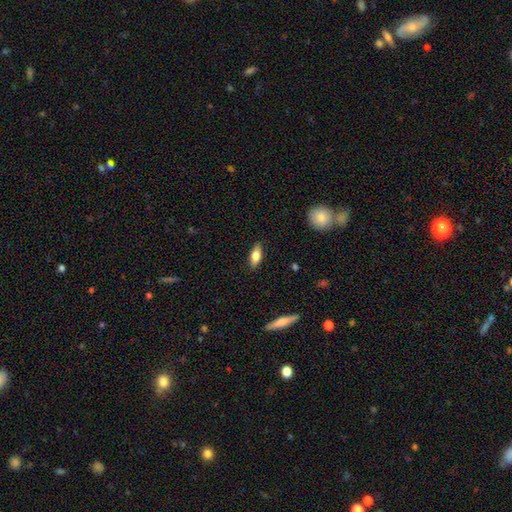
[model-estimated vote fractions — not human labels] smooth_or_featured: smooth (p=0.65) [alt: featured or disk p=0.28]
how_rounded: in between (p=0.68) [alt: cigar-shaped p=0.28]
merging: none (p=0.87) [alt: minor disturbance p=0.10]